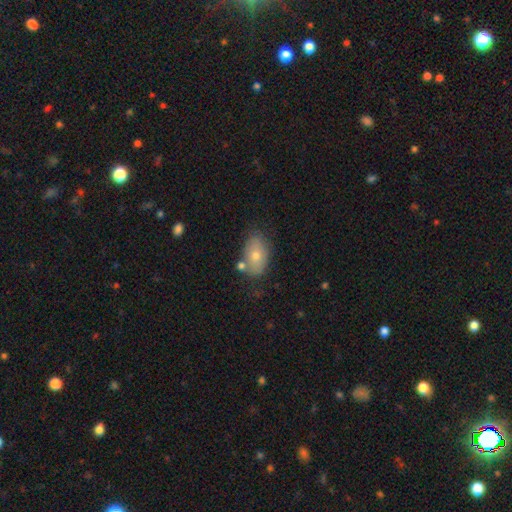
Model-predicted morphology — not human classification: Smooth or featured? smooth (72%)
How rounded? in between (88%)
Merging? none (68%)